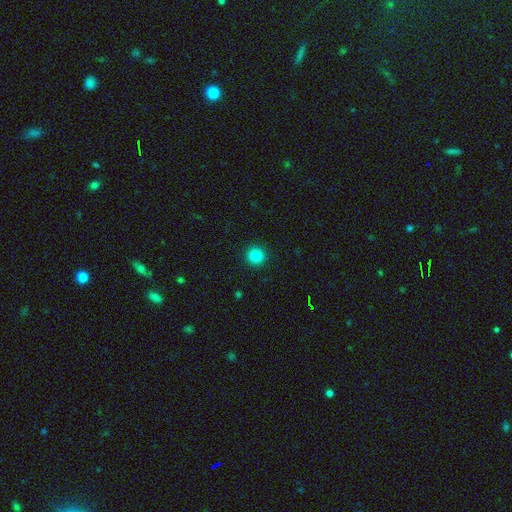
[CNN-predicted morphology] Smooth or featured? Predicted: smooth (p=0.83). How rounded? Predicted: round (p=0.96). Merging? Predicted: none (p=0.93).